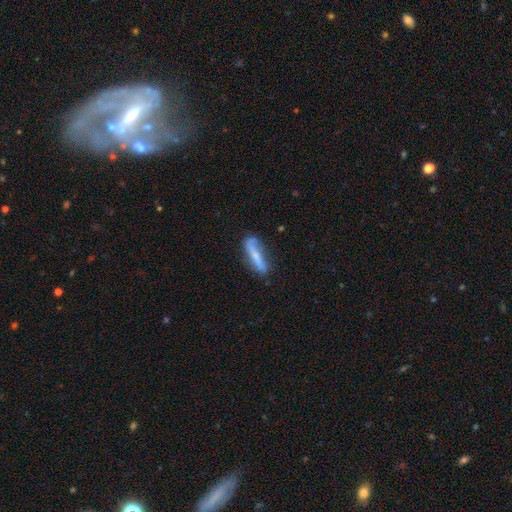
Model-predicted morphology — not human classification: Q: Smooth or featured?
A: smooth (54%); runner-up: featured or disk (40%)
Q: How rounded?
A: cigar-shaped (79%); runner-up: in between (19%)
Q: Merging?
A: none (66%); runner-up: minor disturbance (24%)